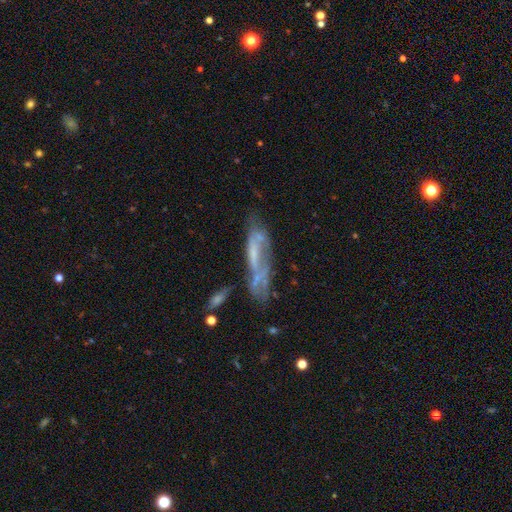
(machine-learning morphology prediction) Q: Smooth or featured?
A: featured or disk (61%); runner-up: smooth (28%)
Q: Edge-on disk?
A: no (65%); runner-up: yes (35%)
Q: Merging?
A: none (44%); runner-up: minor disturbance (23%)